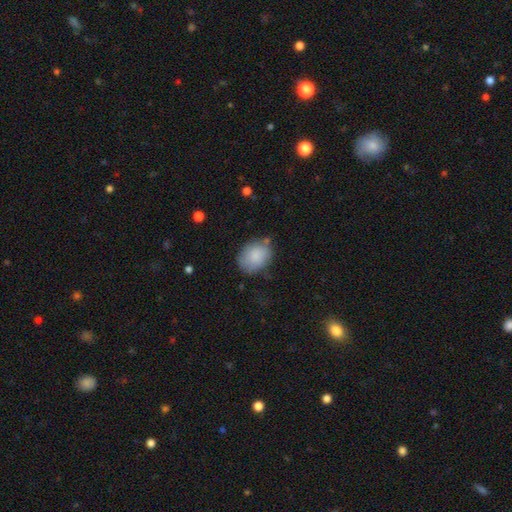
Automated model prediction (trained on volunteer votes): smooth_or_featured: smooth (p=0.84) [alt: featured or disk p=0.09]
how_rounded: in between (p=0.63) [alt: round p=0.36]
merging: none (p=0.65) [alt: minor disturbance p=0.24]